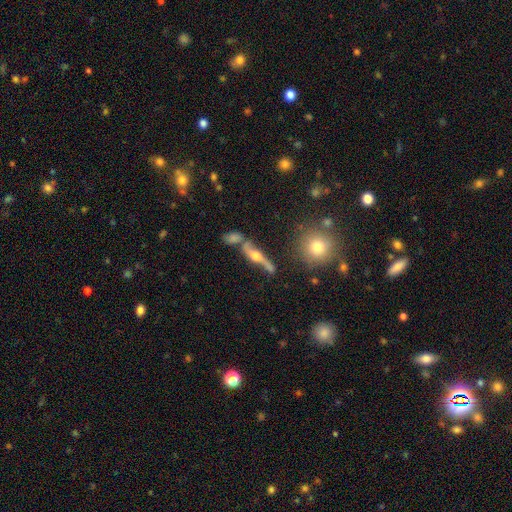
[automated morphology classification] Smooth or featured? featured or disk (71%)
Edge-on disk? yes (71%)
Edge-on bulge? rounded (93%)
Merging? none (57%)